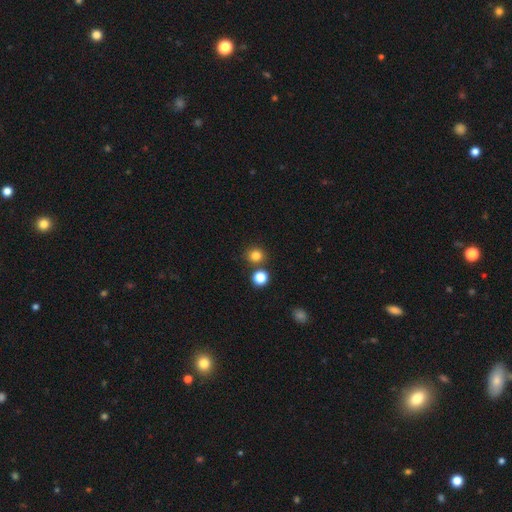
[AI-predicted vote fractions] smooth-or-featured: smooth: 81% | star or artifact: 14% | featured or disk: 5%
  how-rounded: round: 89% | in between: 10% | cigar-shaped: 1%
  merging: none: 78% | merger: 12% | minor disturbance: 7% | major disturbance: 3%